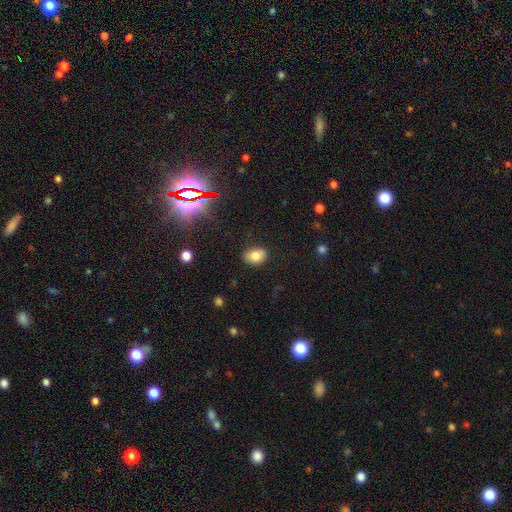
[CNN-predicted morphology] This appears to be a smooth galaxy with no disk features (78%) that is in between round and cigar-shaped (74%). Merging: none (77%).